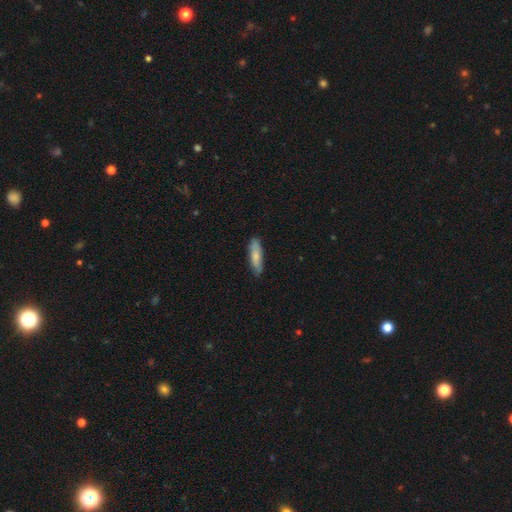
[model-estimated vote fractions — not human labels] smooth 76%, featured or disk 19%, star or artifact 6%. Down the decision tree: how rounded — cigar-shaped (58%); merging — none (83%).